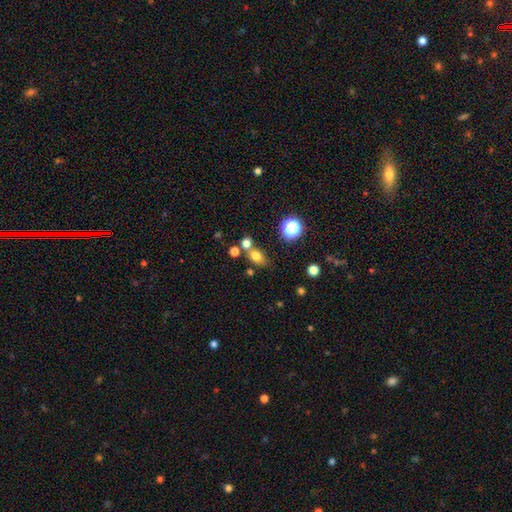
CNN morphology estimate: smooth_or_featured: smooth (p=0.74) [alt: star or artifact p=0.16]
how_rounded: in between (p=0.66) [alt: round p=0.32]
merging: none (p=0.62) [alt: merger p=0.21]